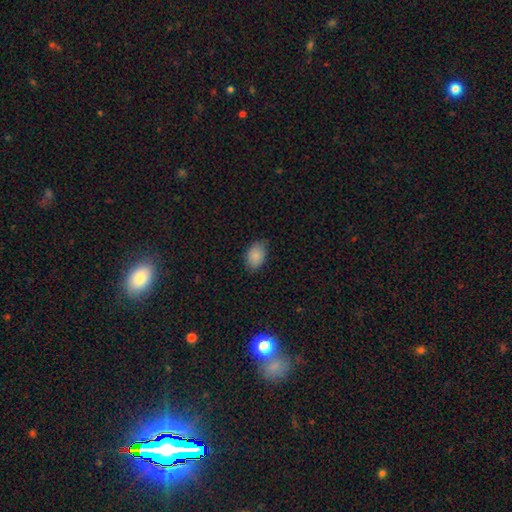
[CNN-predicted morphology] Smooth or featured? smooth (88%)
How rounded? in between (87%)
Merging? none (81%)